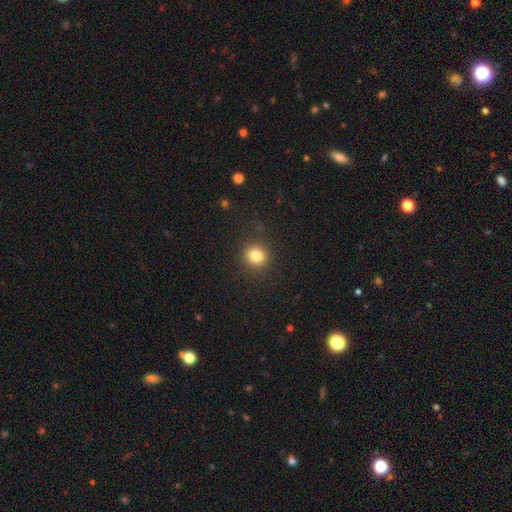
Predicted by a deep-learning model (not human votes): Smooth or featured? Predicted: smooth (p=0.81). How rounded? Predicted: round (p=0.90). Merging? Predicted: none (p=0.89).